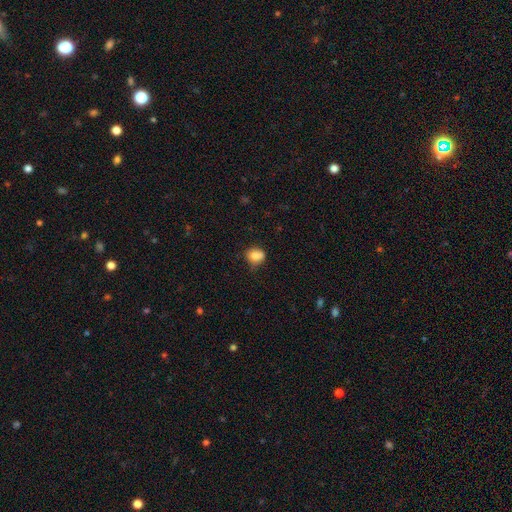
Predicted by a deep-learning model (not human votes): smooth-or-featured: smooth: 80% | featured or disk: 10% | star or artifact: 10%
  how-rounded: round: 66% | in between: 33% | cigar-shaped: 1%
  merging: none: 56% | minor disturbance: 26% | merger: 12% | major disturbance: 6%